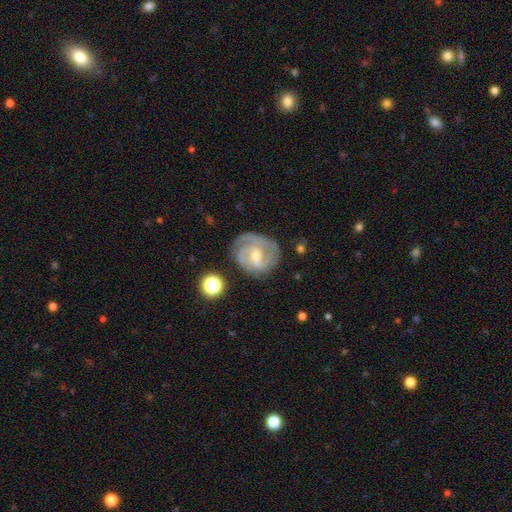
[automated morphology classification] Overall: featured or disk (84%). Edge-on disk: no (98%). Bar: weak (49%; no 37%). Spiral arms: yes (95%). Spiral arm count: 2 (37%; 3 31%). Spiral winding: tight (53%; medium 38%). Bulge size: small (53%; moderate 42%). Merging: none (71%).